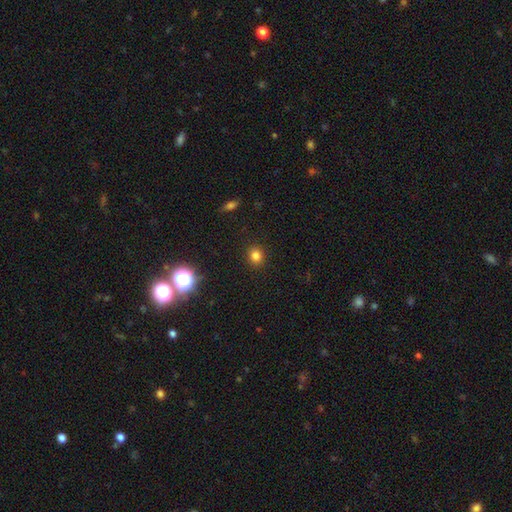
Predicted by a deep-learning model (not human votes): smooth 80%, star or artifact 15%, featured or disk 5%. Down the decision tree: how rounded — round (79%); merging — none (91%).